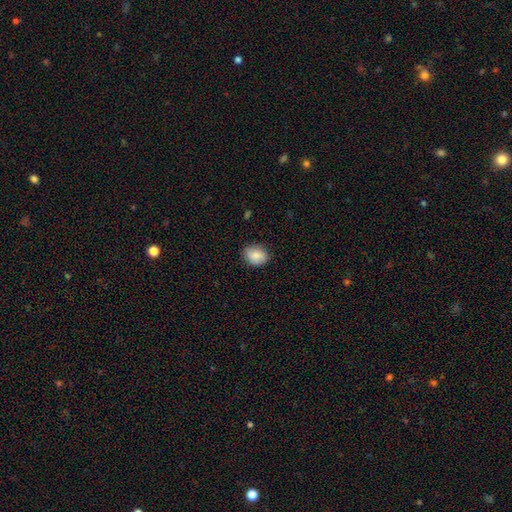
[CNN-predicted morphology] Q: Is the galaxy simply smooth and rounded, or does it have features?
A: smooth — 86%.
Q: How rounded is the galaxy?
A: in between — 53%.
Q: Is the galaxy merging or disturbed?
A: none — 83%.